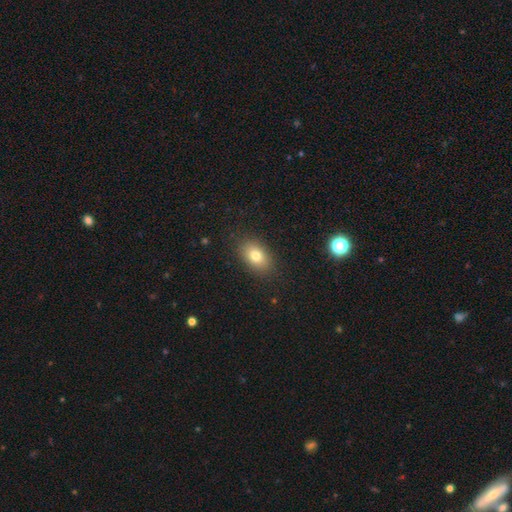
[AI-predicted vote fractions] Overall: smooth (78%). How rounded: in between (83%). Merging: none (87%).